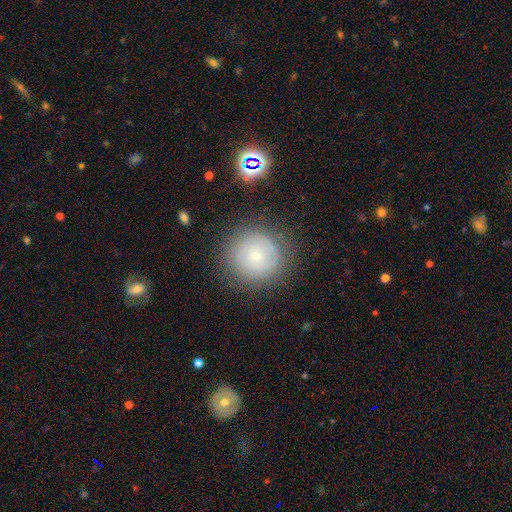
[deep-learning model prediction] smooth_or_featured: smooth (p=0.58) [alt: featured or disk p=0.28]
how_rounded: round (p=0.94) [alt: in between p=0.05]
merging: none (p=0.82) [alt: minor disturbance p=0.12]